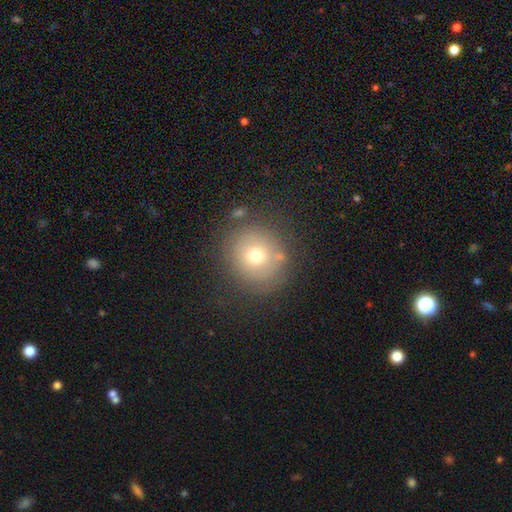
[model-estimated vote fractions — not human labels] Smooth or featured: smooth — 66% (featured or disk — 19%)
How rounded: round — 90% (in between — 9%)
Merging: none — 78% (minor disturbance — 13%)